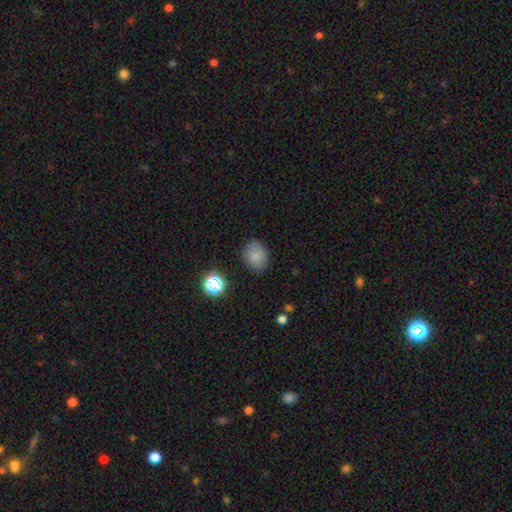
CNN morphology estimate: smooth-or-featured: smooth: 79% | star or artifact: 13% | featured or disk: 8%
  how-rounded: round: 55% | in between: 44% | cigar-shaped: 1%
  merging: none: 82% | minor disturbance: 13% | major disturbance: 4% | merger: 2%